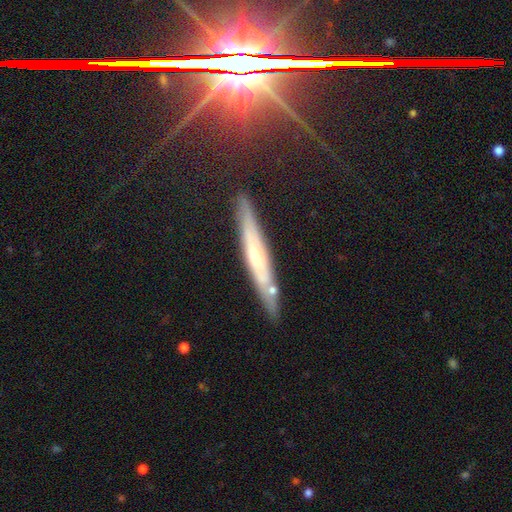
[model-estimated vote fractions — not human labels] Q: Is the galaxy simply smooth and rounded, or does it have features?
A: featured or disk — 54%.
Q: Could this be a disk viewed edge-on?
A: yes — 85%.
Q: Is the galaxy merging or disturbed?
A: none — 78%.